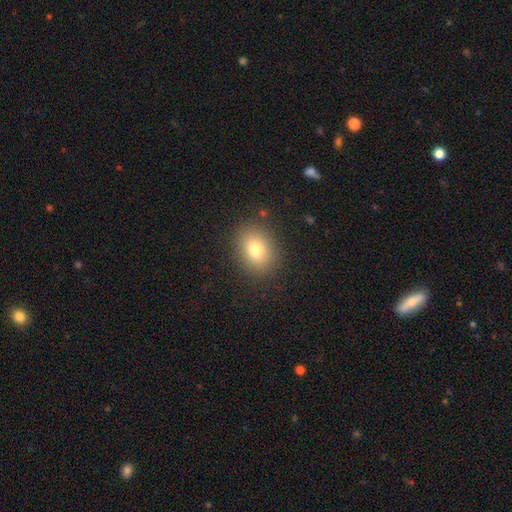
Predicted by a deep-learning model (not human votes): A smooth galaxy with no disk features (76%) that is in between round and cigar-shaped (52%).

Vote fractions:
- Smooth or featured? smooth: 76% / star or artifact: 13% / featured or disk: 11%
- How rounded? in between: 52% / round: 47% / cigar-shaped: 1%
- Merging? none: 88% / minor disturbance: 8% / major disturbance: 3% / merger: 1%